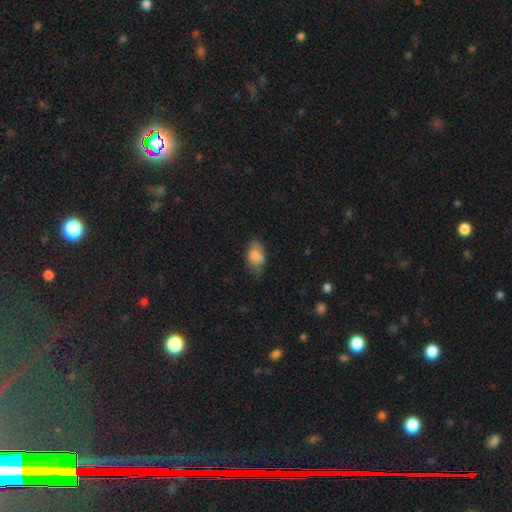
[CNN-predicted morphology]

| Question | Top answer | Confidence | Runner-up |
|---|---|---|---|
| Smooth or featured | smooth | 81% | featured or disk (11%) |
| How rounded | in between | 88% | round (10%) |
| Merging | none | 60% | minor disturbance (30%) |